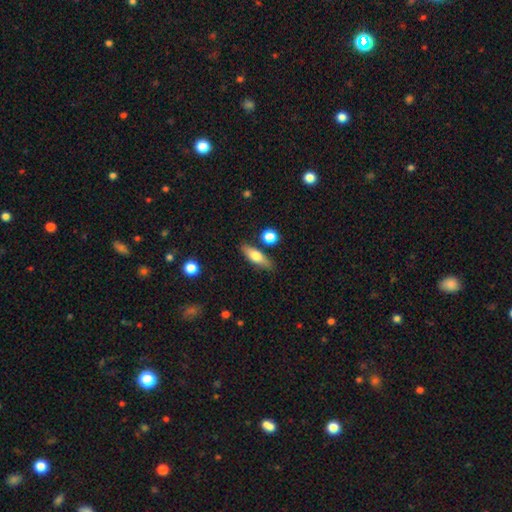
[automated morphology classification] Smooth or featured? smooth (63%)
How rounded? in between (50%)
Merging? none (81%)